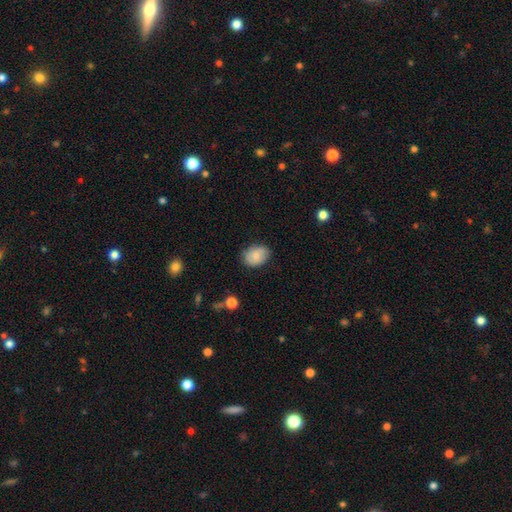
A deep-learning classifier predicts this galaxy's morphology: Q: Smooth or featured?
A: smooth (70%); runner-up: featured or disk (22%)
Q: How rounded?
A: in between (71%); runner-up: round (28%)
Q: Merging?
A: none (77%); runner-up: minor disturbance (18%)